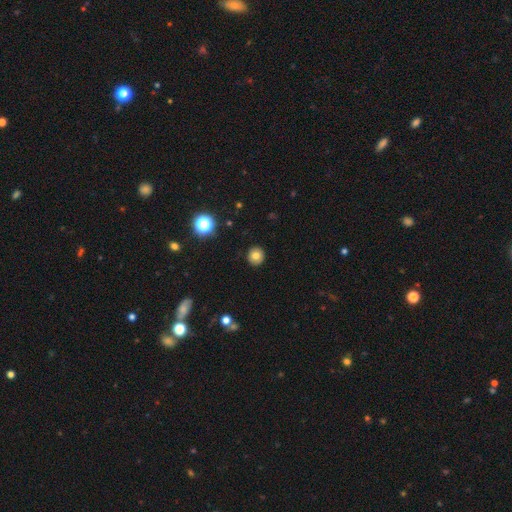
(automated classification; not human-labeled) smooth 77%, star or artifact 12%, featured or disk 11%. Down the decision tree: how rounded — round (91%); merging — none (91%).